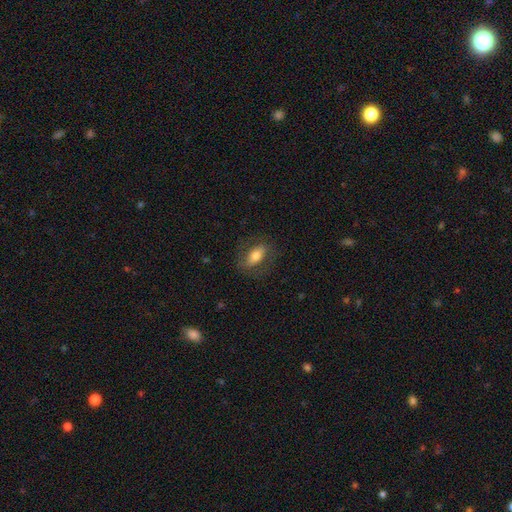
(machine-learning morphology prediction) Smooth or featured? Predicted: smooth (p=0.60). How rounded? Predicted: in between (p=0.81). Merging? Predicted: none (p=0.77).